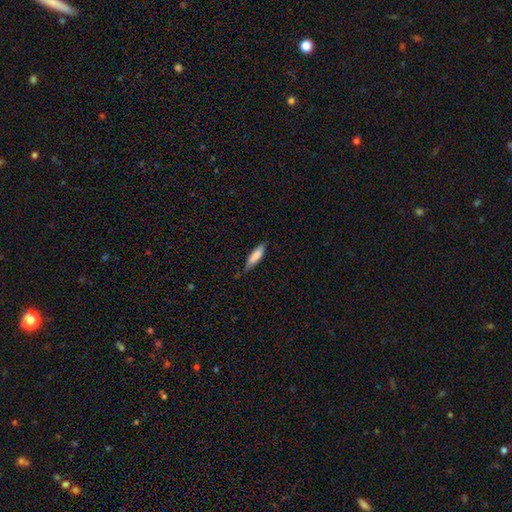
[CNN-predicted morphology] Smooth or featured? Predicted: smooth (p=0.80). How rounded? Predicted: cigar-shaped (p=0.64). Merging? Predicted: none (p=0.71).